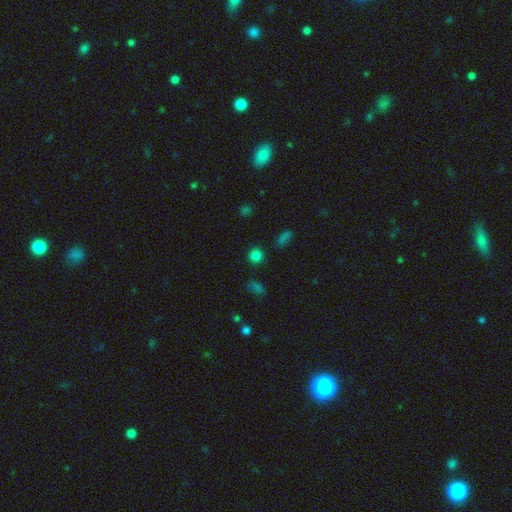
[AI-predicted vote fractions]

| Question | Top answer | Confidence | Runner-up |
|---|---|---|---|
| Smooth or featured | smooth | 81% | star or artifact (15%) |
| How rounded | round | 91% | in between (8%) |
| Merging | none | 88% | minor disturbance (7%) |